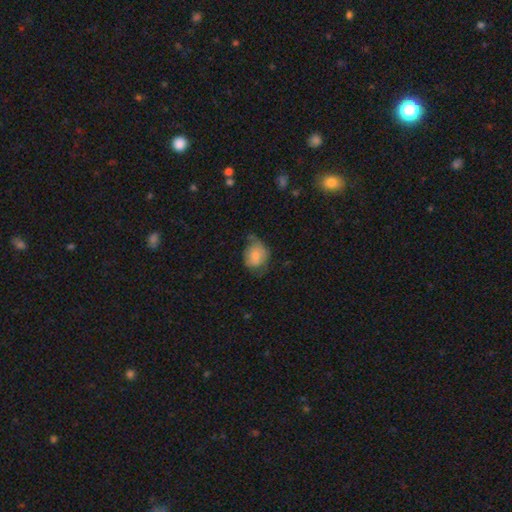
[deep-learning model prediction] Smooth or featured: smooth — 68% (featured or disk — 25%)
How rounded: in between — 53% (round — 46%)
Merging: none — 39% (tied with minor disturbance — 39%)